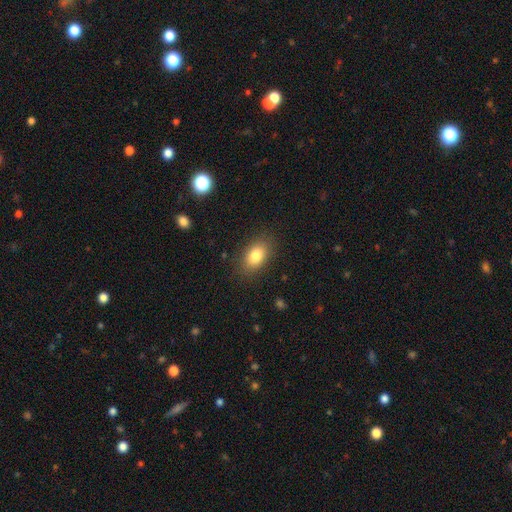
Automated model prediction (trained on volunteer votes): Smooth or featured? Predicted: smooth (p=0.83). How rounded? Predicted: in between (p=0.88). Merging? Predicted: none (p=0.85).